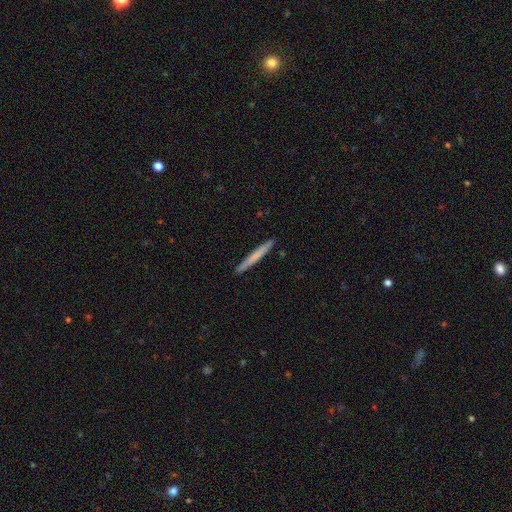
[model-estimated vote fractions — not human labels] Smooth or featured? Predicted: smooth (p=0.66). How rounded? Predicted: cigar-shaped (p=0.97). Merging? Predicted: none (p=0.92).